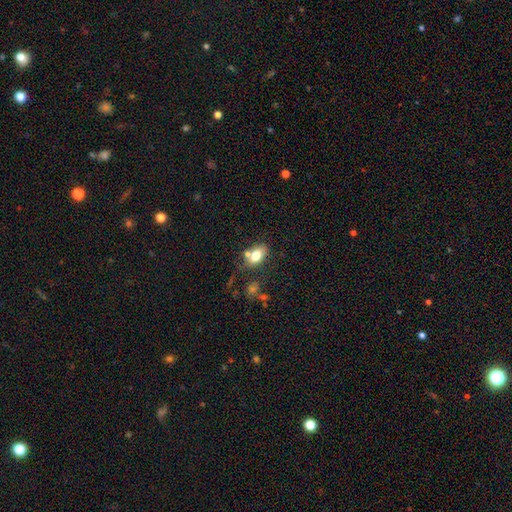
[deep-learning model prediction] Overall: smooth (76%). How rounded: in between (87%). Merging: none (58%; merger 21%).